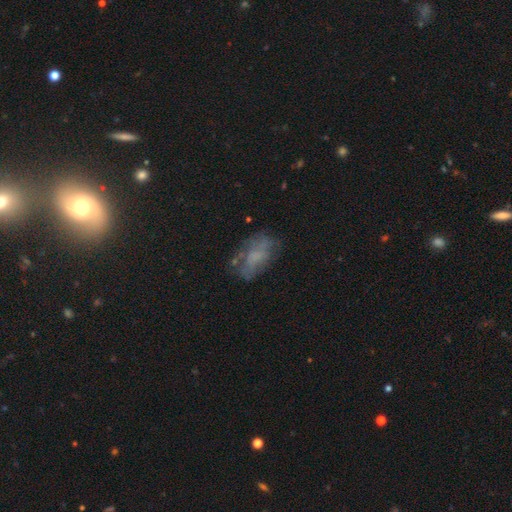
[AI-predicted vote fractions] Morphology: type=smooth (43%, tied with featured or disk); merging=none (52%).